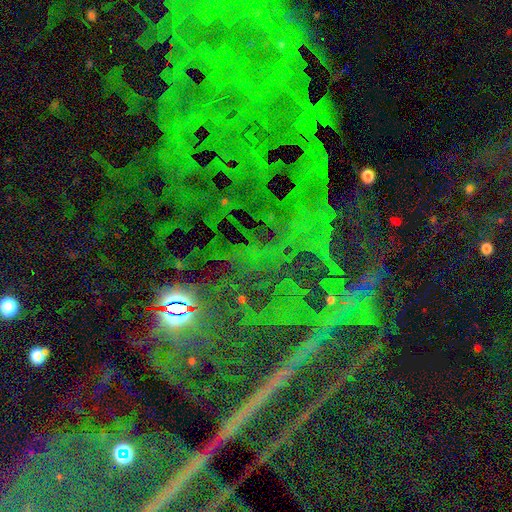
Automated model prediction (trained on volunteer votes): Morphology: type=star or artifact (87%).